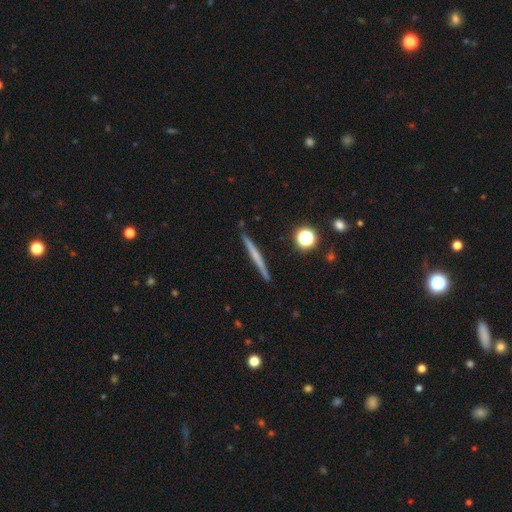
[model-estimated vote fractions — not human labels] This appears to be a featured or disk galaxy (52%) viewed edge-on (97%) with no central bulge (78%). Merging: none (90%).